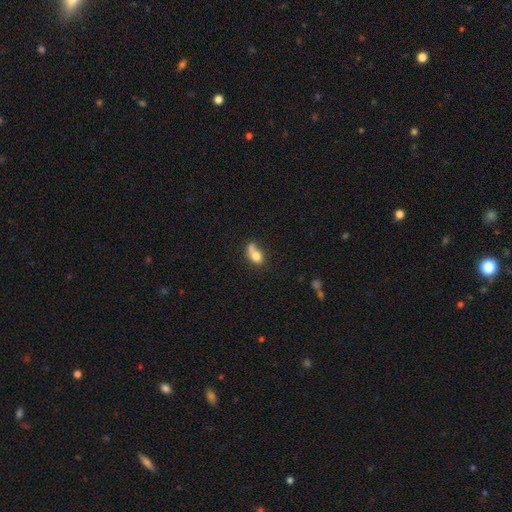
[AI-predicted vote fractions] This is likely a smooth galaxy (73%). How rounded: likely in between (61%). Merging: marginally merger (40%).